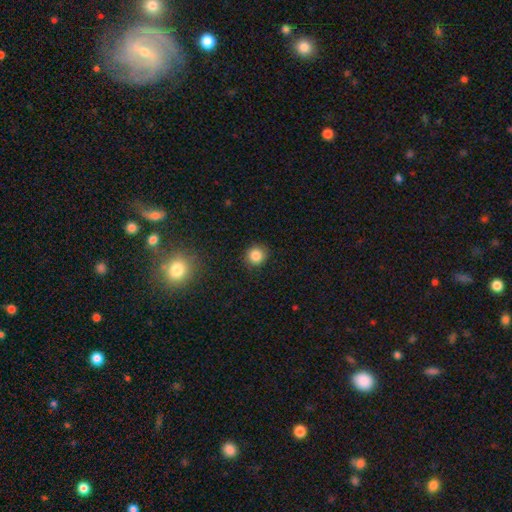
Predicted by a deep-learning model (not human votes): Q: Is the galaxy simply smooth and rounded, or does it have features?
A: smooth — 84%.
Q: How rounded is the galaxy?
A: round — 89%.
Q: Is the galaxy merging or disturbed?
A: none — 87%.